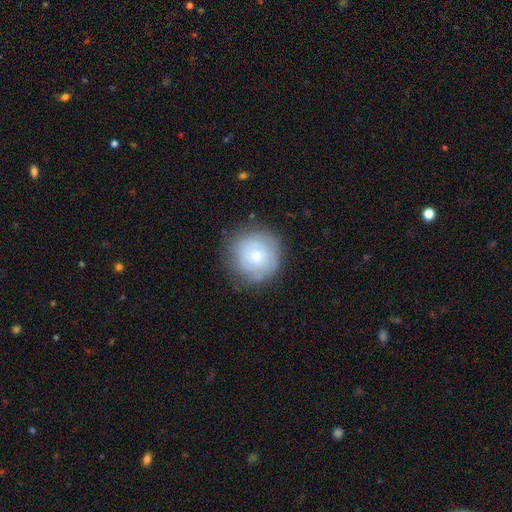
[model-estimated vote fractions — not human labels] A smooth galaxy with no disk features (58%) that is round (92%). Merging: none (76%).